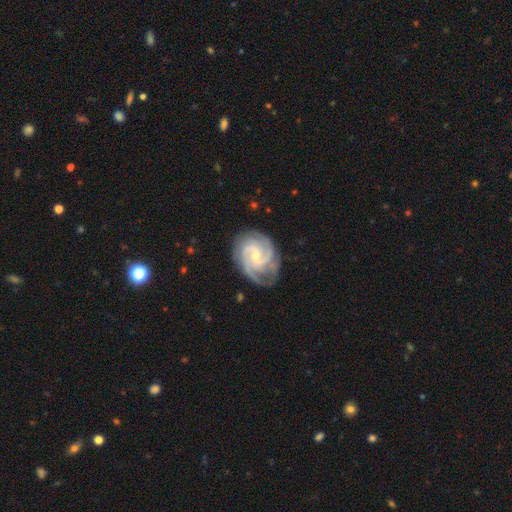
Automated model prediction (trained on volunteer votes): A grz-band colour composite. It shows a featured or disk galaxy (91%) with a weak bar (50%), 3 (40%) tight (48%) spiral arms (98%) and a small central bulge (64%). Merging: none (71%).